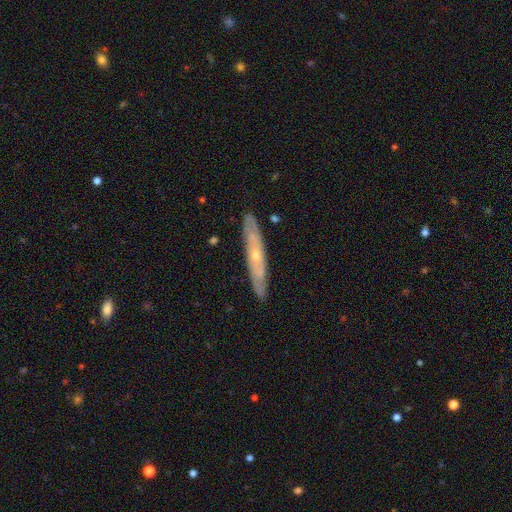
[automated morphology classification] This is likely a featured or disk galaxy (68%). It is likely viewed edge-on (63%). Merging: clearly none (86%).